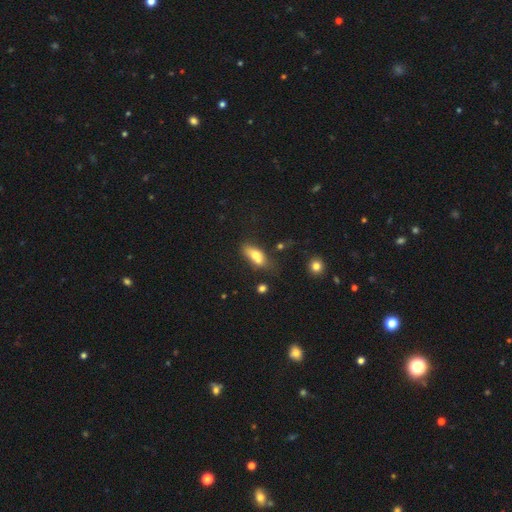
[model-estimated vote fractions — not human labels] Smooth or featured? Predicted: smooth (p=0.66). How rounded? Predicted: in between (p=0.77). Merging? Predicted: merger (p=0.38).